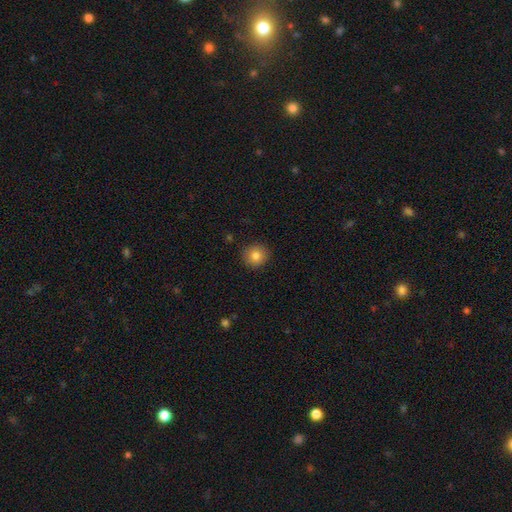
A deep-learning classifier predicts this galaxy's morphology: Smooth or featured? smooth (82%)
How rounded? round (92%)
Merging? none (91%)